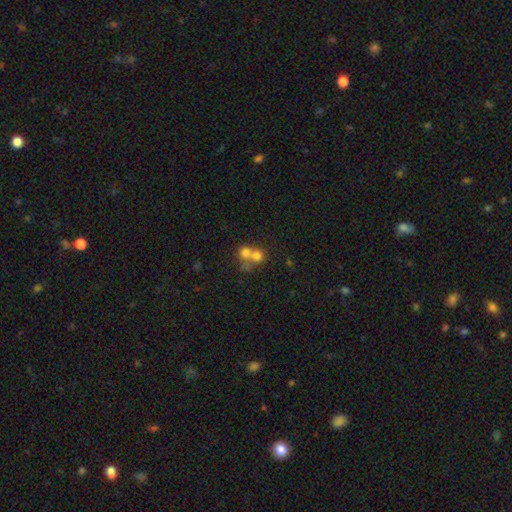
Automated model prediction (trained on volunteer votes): Smooth or featured? Predicted: smooth (p=0.68). How rounded? Predicted: round (p=0.77). Merging? Predicted: merger (p=0.66).